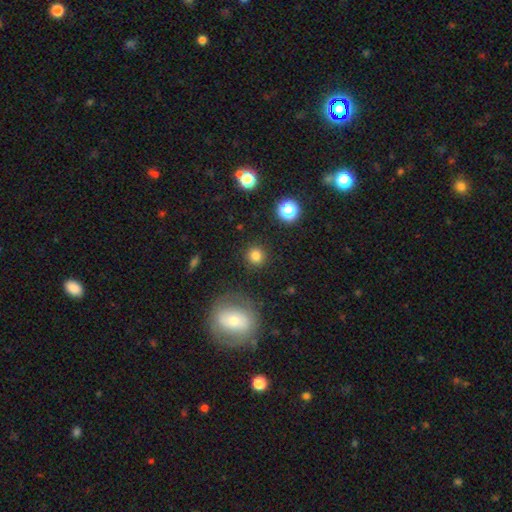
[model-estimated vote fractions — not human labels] A smooth galaxy with no disk features (81%) that is round (91%). Merging: none (88%).